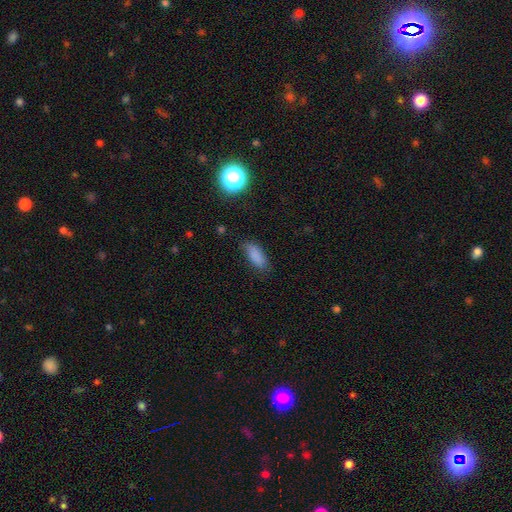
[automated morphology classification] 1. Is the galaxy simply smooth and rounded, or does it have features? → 85% smooth, 10% star or artifact, 6% featured or disk.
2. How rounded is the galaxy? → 78% in between, 19% cigar-shaped, 2% round.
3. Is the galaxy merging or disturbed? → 77% none, 18% minor disturbance, 4% major disturbance, 1% merger.